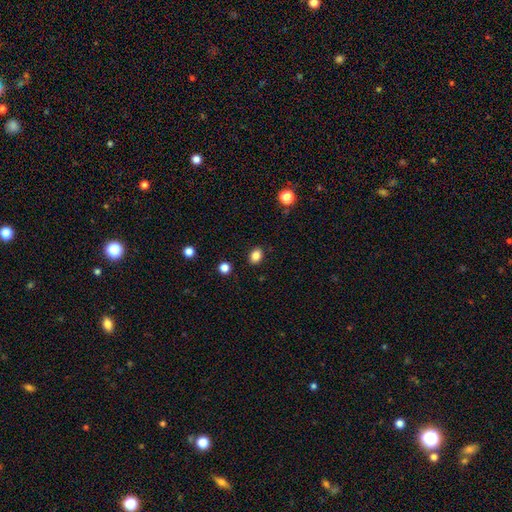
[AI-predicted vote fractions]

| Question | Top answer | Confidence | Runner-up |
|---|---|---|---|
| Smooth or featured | smooth | 84% | star or artifact (10%) |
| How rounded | in between | 70% | round (29%) |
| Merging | none | 88% | minor disturbance (9%) |